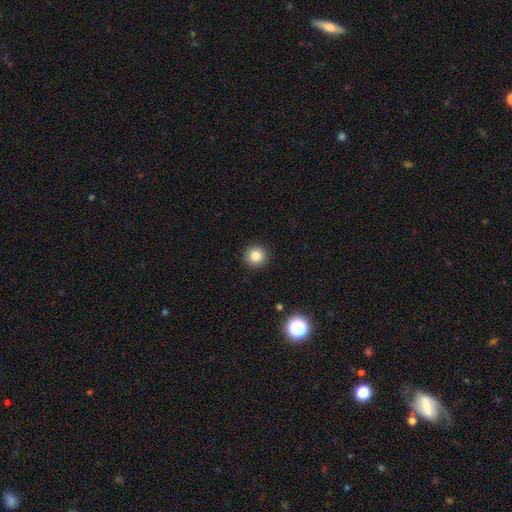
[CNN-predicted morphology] A smooth galaxy with no disk features (84%) that is round (95%).

Vote fractions:
- Smooth or featured? smooth: 84% / star or artifact: 11% / featured or disk: 5%
- How rounded? round: 95% / in between: 4% / cigar-shaped: 1%
- Merging? none: 93% / minor disturbance: 5% / major disturbance: 2% / merger: 1%